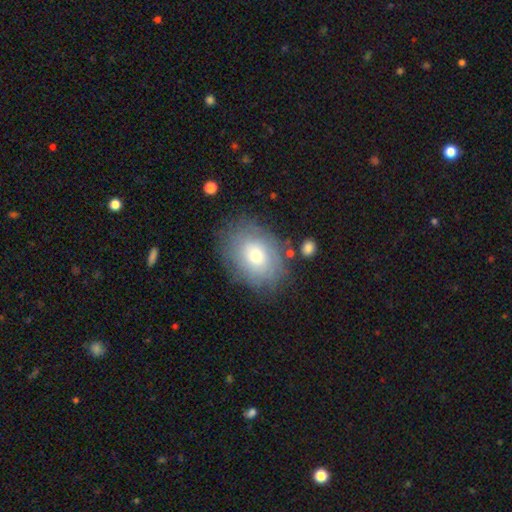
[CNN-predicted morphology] Smooth or featured?
  - smooth: 62% *
  - featured or disk: 29%
  - star or artifact: 10%
How rounded?
  - in between: 71% *
  - round: 28%
  - cigar-shaped: 1%
Merging?
  - none: 77% *
  - minor disturbance: 15%
  - major disturbance: 6%
  - merger: 2%